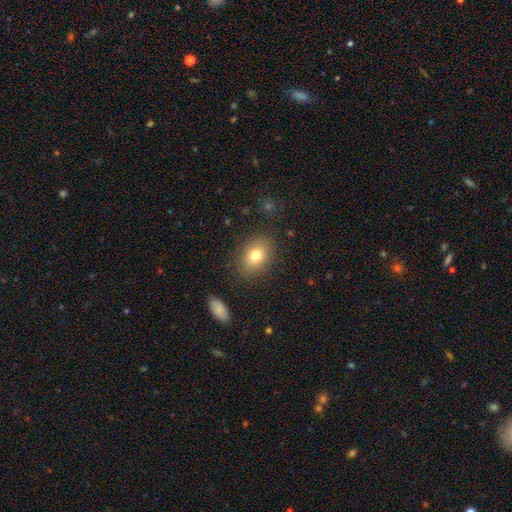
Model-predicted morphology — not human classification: This is likely a smooth galaxy (78%). How rounded: likely in between (73%). Merging: clearly none (85%).